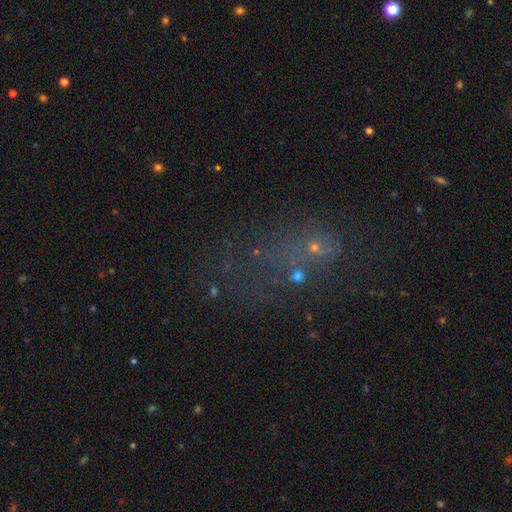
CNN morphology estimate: smooth_or_featured: star or artifact (p=0.46) [alt: smooth p=0.29]